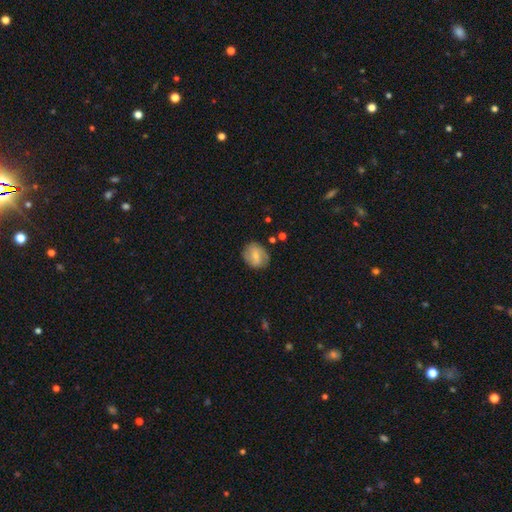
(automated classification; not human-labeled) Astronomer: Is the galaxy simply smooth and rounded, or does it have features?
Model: smooth — 54% (runner-up: featured or disk, 38%).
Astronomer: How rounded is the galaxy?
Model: round — 63%.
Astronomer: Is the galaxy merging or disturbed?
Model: none — 79%.